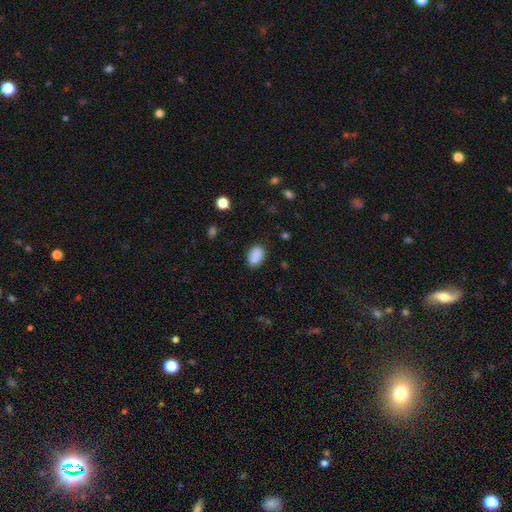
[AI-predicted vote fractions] This appears to be a smooth galaxy with no disk features (88%) that is in between round and cigar-shaped (88%). Merging: none (85%).